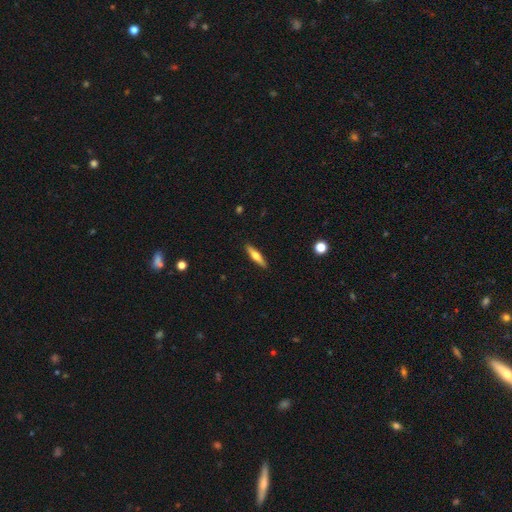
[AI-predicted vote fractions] The model was most divided on "smooth or featured": smooth: 50%, featured or disk: 44%, star or artifact: 6%. More confident: merging — none (91%).